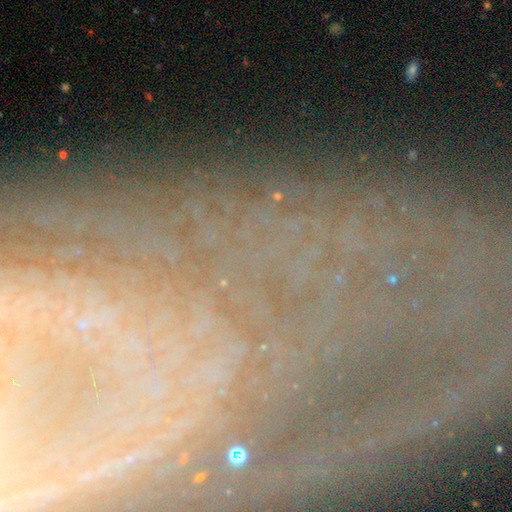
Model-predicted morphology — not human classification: Q: Smooth or featured?
A: star or artifact (56%); runner-up: featured or disk (29%)